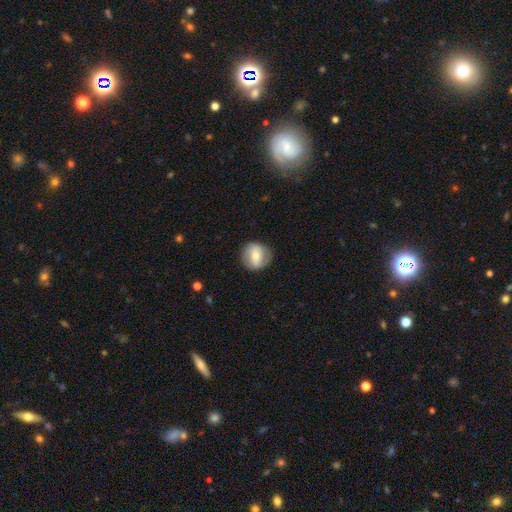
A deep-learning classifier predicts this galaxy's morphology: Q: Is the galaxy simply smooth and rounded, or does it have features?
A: smooth — 52%.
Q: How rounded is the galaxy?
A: round — 88%.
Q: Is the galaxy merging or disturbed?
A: none — 84%.